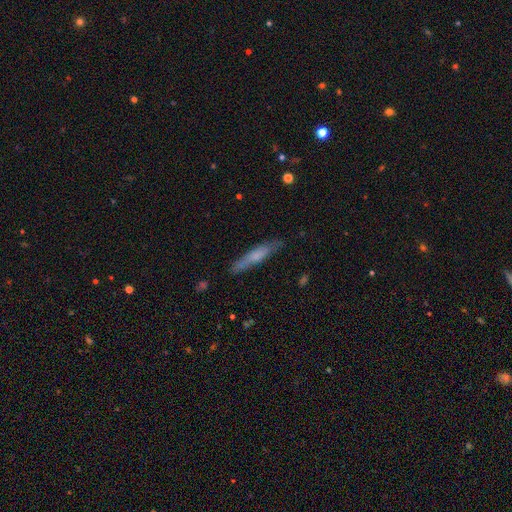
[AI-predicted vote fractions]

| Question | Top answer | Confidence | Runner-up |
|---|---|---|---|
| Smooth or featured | smooth | 57% | featured or disk (37%) |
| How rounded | cigar-shaped | 90% | in between (9%) |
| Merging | none | 79% | minor disturbance (16%) |